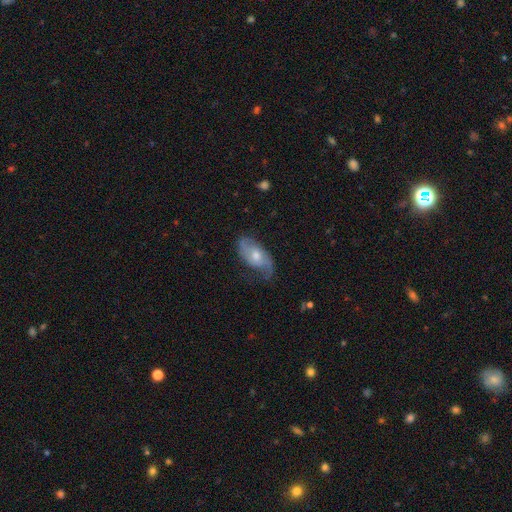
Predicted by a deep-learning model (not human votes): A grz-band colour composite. It shows a featured or disk galaxy (63%) with no bar (61%), 2 (70%) loose (46%) spiral arms (87%) and a moderate central bulge (59%). Merging: none (57%).